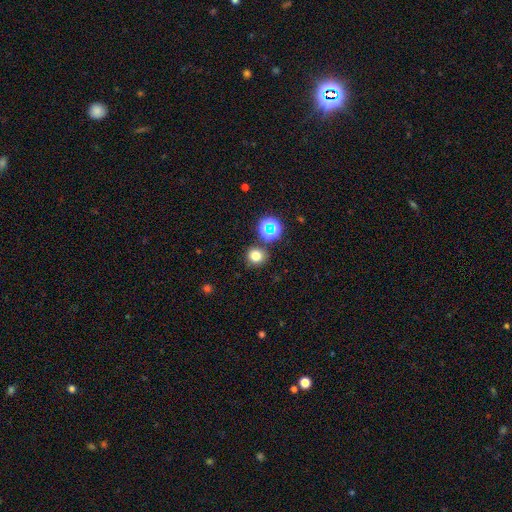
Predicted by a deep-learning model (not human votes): Smooth or featured: smooth — 75% (star or artifact — 19%)
How rounded: round — 90% (in between — 9%)
Merging: none — 83% (minor disturbance — 8%)